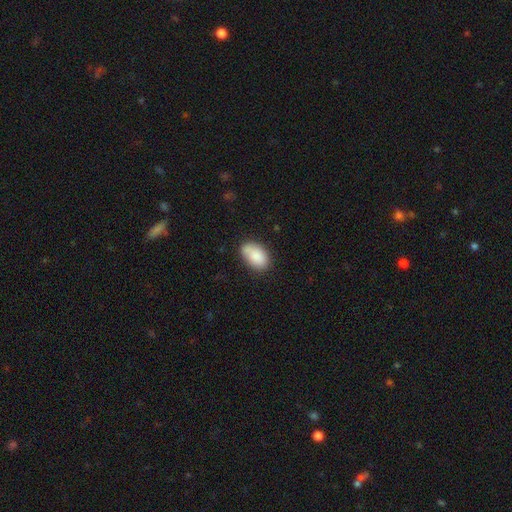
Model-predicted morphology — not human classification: This is clearly a smooth galaxy (85%). How rounded: clearly in between (90%). Merging: likely none (68%).